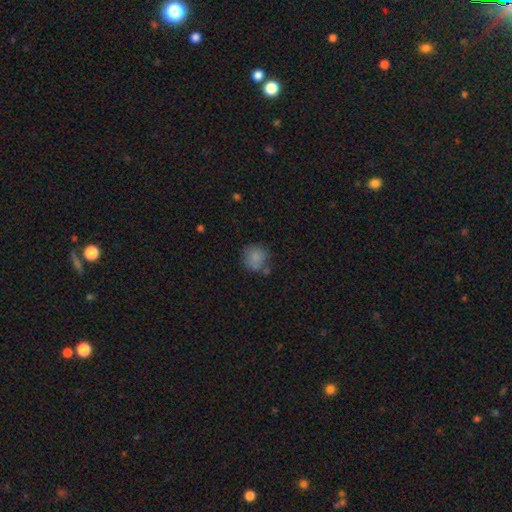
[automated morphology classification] A smooth galaxy with no disk features (77%) that is round (86%). Merging: none (71%).